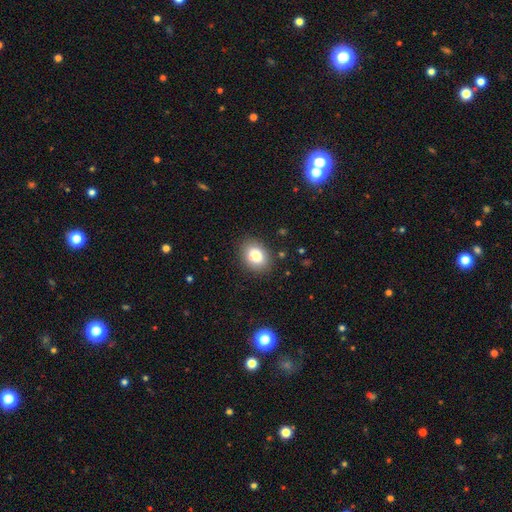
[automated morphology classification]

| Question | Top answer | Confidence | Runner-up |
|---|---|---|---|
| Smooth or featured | smooth | 78% | featured or disk (12%) |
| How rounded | in between | 60% | round (39%) |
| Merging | none | 81% | minor disturbance (12%) |